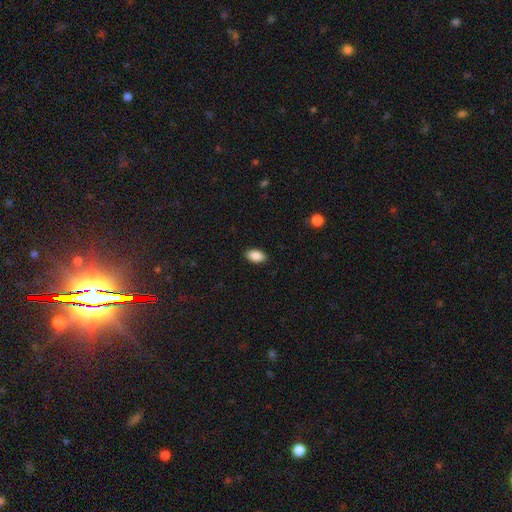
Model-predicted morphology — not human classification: Smooth or featured? smooth (88%)
How rounded? in between (93%)
Merging? none (89%)